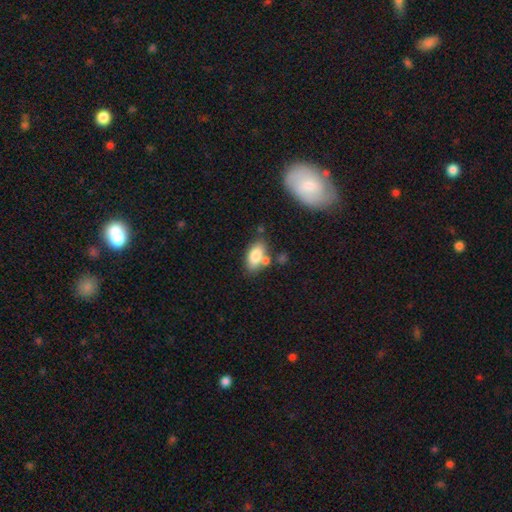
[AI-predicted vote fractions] A smooth galaxy with no disk features (80%) that is in between round and cigar-shaped (90%). Merging: none (61%).